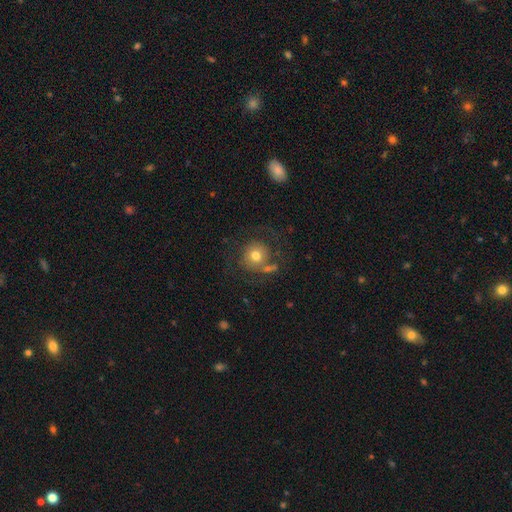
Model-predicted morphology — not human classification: Q: Smooth or featured?
A: smooth (61%); runner-up: featured or disk (28%)
Q: How rounded?
A: round (90%); runner-up: in between (9%)
Q: Merging?
A: none (57%); runner-up: major disturbance (17%)